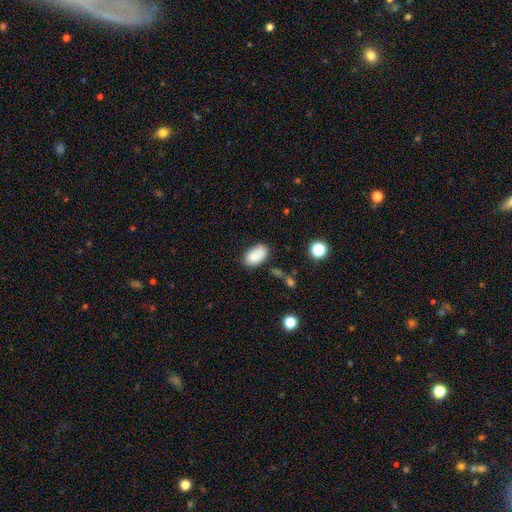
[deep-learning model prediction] smooth 83%, featured or disk 9%, star or artifact 8%. Down the decision tree: how rounded — in between (92%); merging — none (69%).